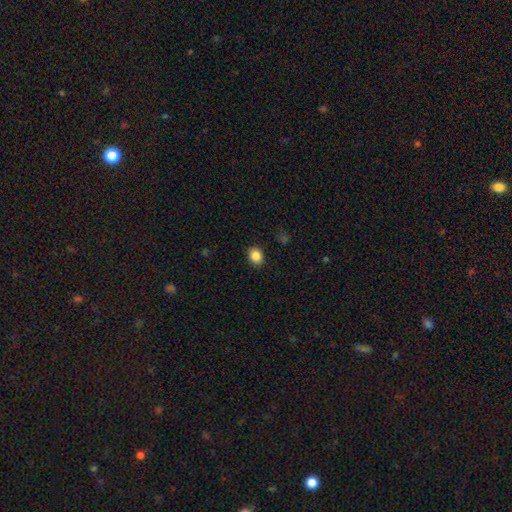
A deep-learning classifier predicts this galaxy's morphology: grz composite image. It shows a smooth galaxy with no disk features (86%) that is round (65%). Merging: none (89%).